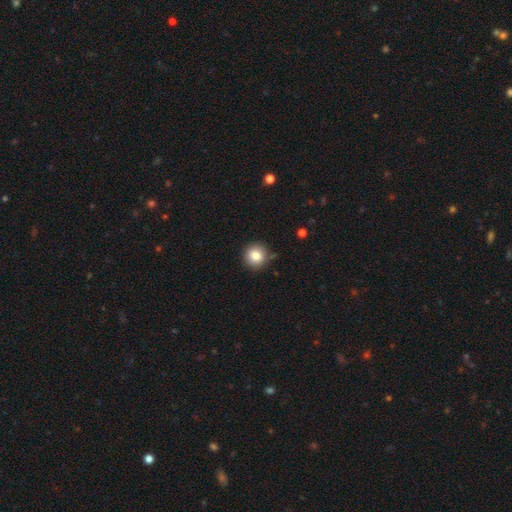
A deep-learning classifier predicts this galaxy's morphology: The model was most divided on "smooth or featured": smooth: 82%, star or artifact: 10%, featured or disk: 7%. More confident: how rounded — round (94%); merging — none (86%).